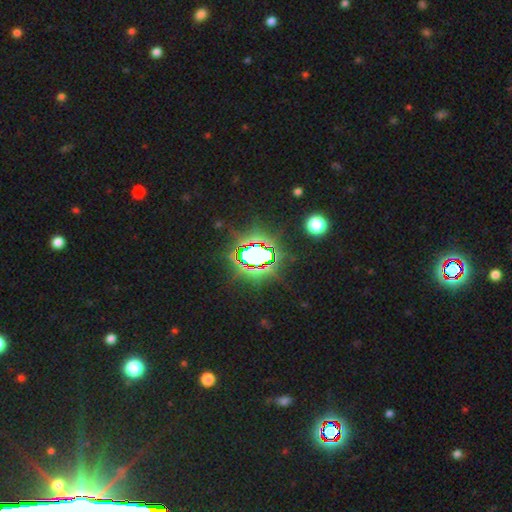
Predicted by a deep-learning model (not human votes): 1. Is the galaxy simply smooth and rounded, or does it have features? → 76% star or artifact, 13% smooth, 11% featured or disk.